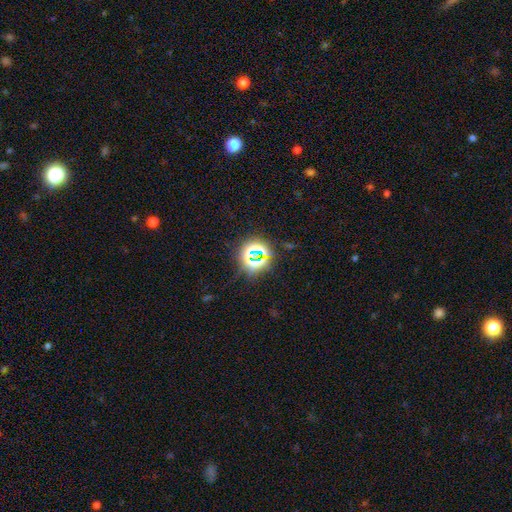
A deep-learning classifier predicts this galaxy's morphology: This is likely a star or artifact rather than a galaxy (72%).